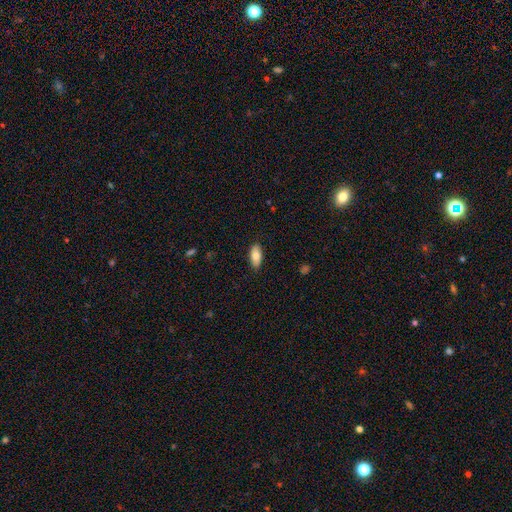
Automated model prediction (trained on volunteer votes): Smooth or featured? smooth (79%)
How rounded? in between (89%)
Merging? none (88%)